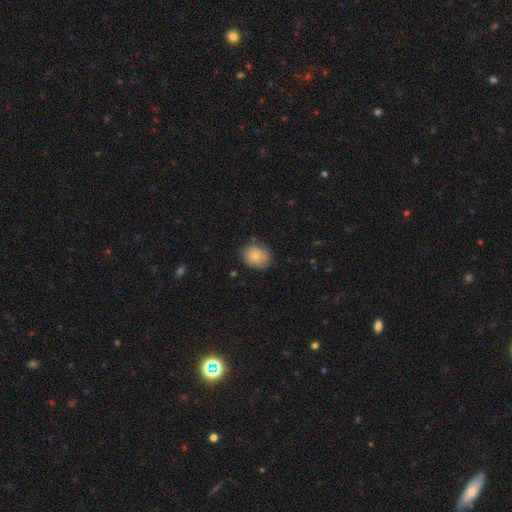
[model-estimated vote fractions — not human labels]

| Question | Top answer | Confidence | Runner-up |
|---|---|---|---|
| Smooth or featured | smooth | 74% | featured or disk (18%) |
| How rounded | round | 62% | in between (37%) |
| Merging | none | 70% | minor disturbance (23%) |